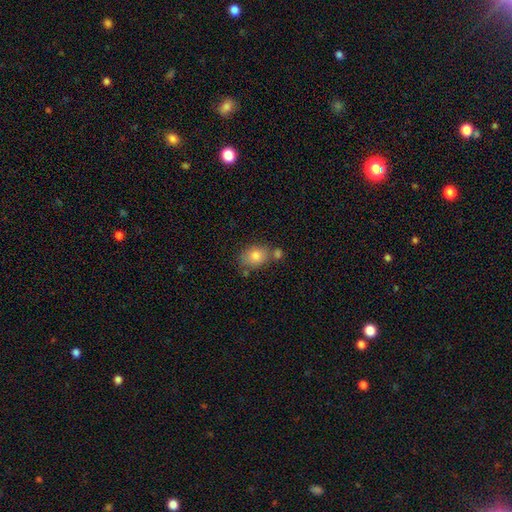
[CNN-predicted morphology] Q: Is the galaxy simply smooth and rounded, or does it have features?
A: smooth — 80%.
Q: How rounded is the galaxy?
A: in between — 60%.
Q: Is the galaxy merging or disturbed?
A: none — 60%.